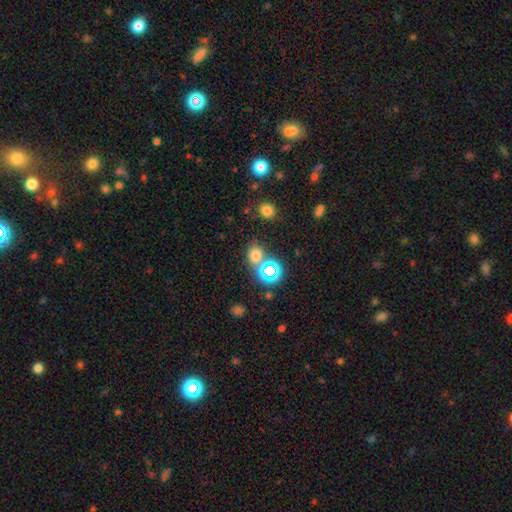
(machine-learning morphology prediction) A smooth galaxy with no disk features (63%) that is round (67%). Merging: none (69%).